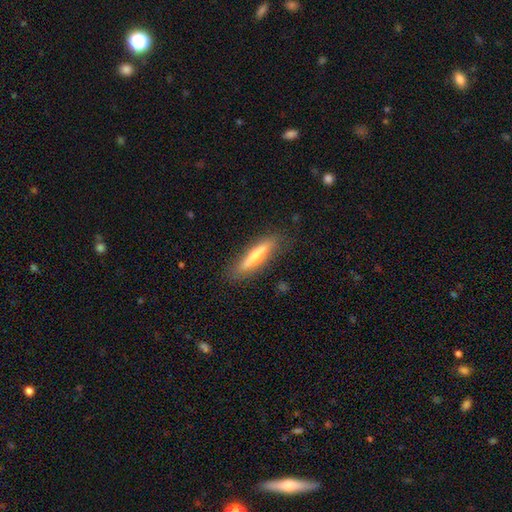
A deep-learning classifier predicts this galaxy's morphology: A smooth galaxy with no disk features (48%).

Vote fractions:
- Smooth or featured? smooth: 48% / featured or disk: 46% / star or artifact: 7%
- Merging? none: 85% / minor disturbance: 11% / major disturbance: 2% / merger: 1%